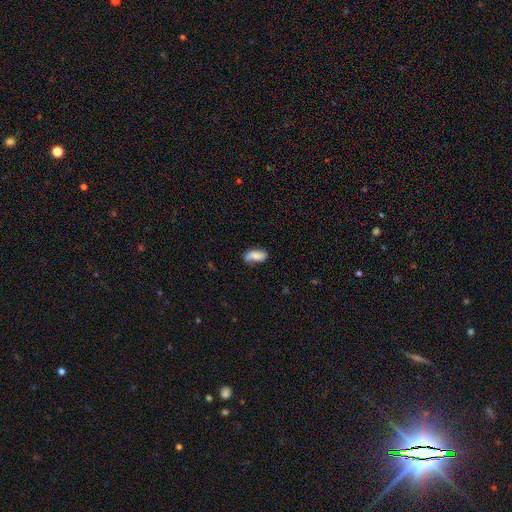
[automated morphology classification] Overall: smooth (75%). How rounded: in between (85%). Merging: none (67%).